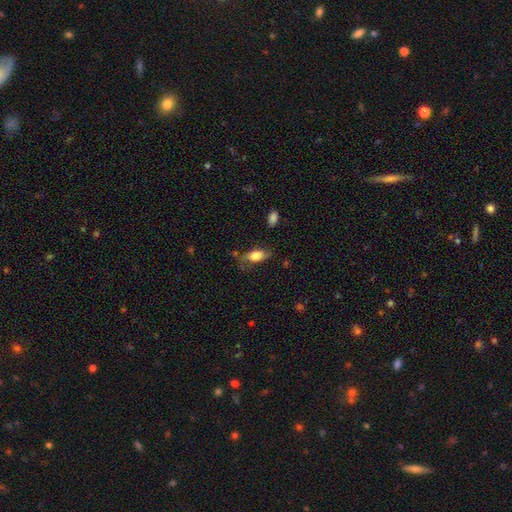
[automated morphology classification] A smooth galaxy with no disk features (76%) that is in between round and cigar-shaped (85%). Merging: none (60%).